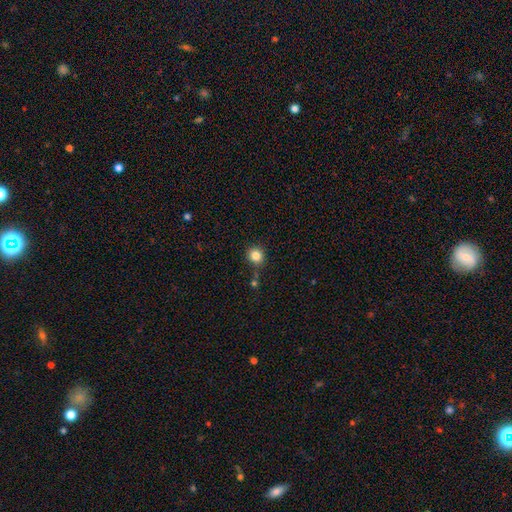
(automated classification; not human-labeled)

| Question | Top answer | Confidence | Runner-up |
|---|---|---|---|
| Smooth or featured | smooth | 84% | star or artifact (11%) |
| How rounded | round | 92% | in between (7%) |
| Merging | none | 81% | minor disturbance (10%) |